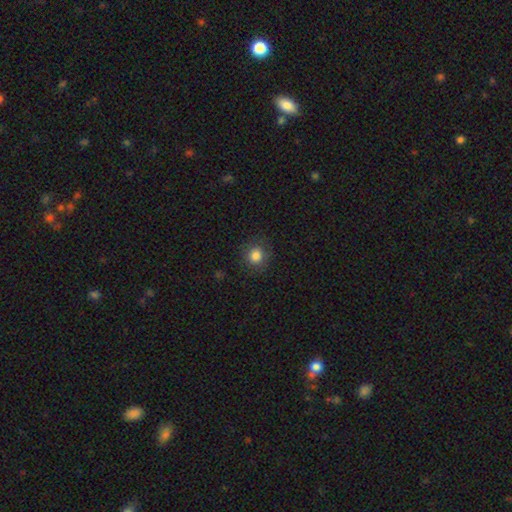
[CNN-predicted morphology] Q: Smooth or featured?
A: smooth (84%); runner-up: star or artifact (11%)
Q: How rounded?
A: round (88%); runner-up: in between (11%)
Q: Merging?
A: none (88%); runner-up: minor disturbance (8%)